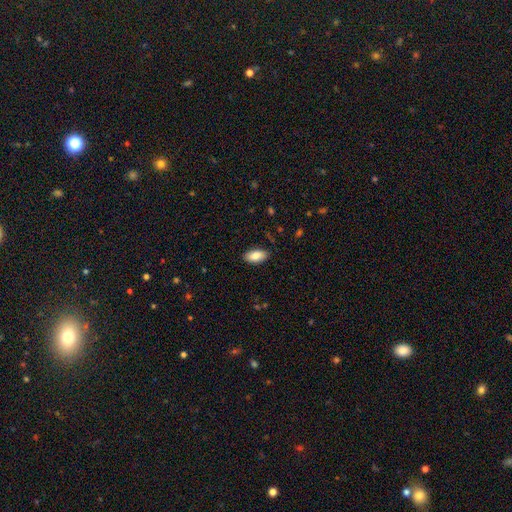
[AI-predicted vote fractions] Q: Smooth or featured?
A: smooth (86%); runner-up: featured or disk (7%)
Q: How rounded?
A: in between (93%); runner-up: cigar-shaped (5%)
Q: Merging?
A: none (86%); runner-up: minor disturbance (10%)